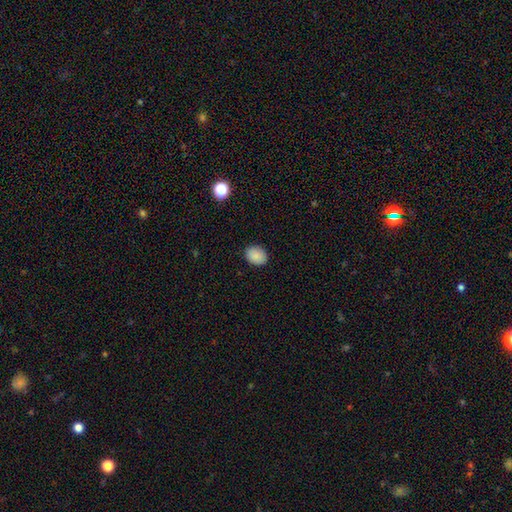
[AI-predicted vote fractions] smooth_or_featured: smooth (p=0.87) [alt: star or artifact p=0.08]
how_rounded: in between (p=0.63) [alt: round p=0.36]
merging: none (p=0.88) [alt: minor disturbance p=0.09]